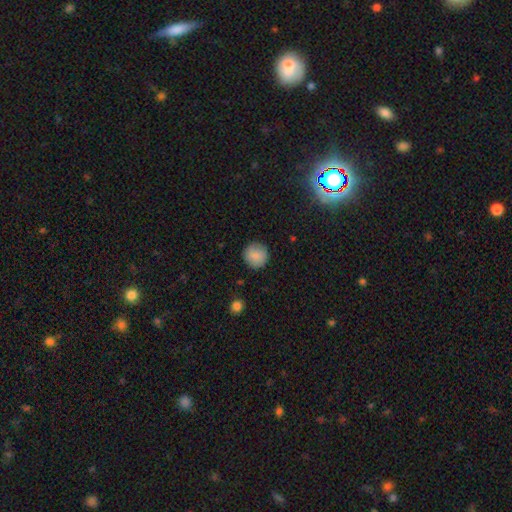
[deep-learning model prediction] Morphology: type=smooth (87%); roundness=round (95%); merging=none (89%).